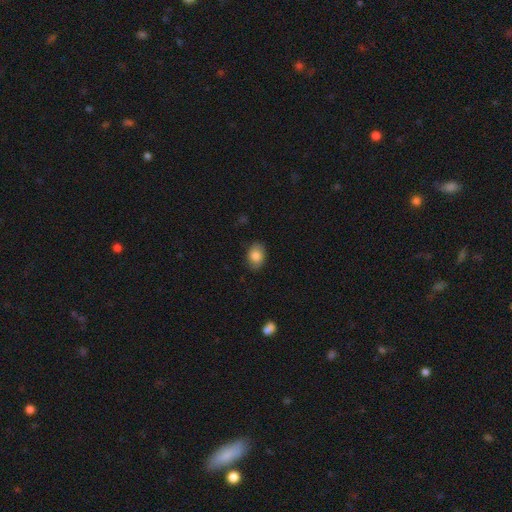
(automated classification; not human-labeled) This appears to be a smooth galaxy with no disk features (83%) that is in between round and cigar-shaped (78%). Merging: none (82%).